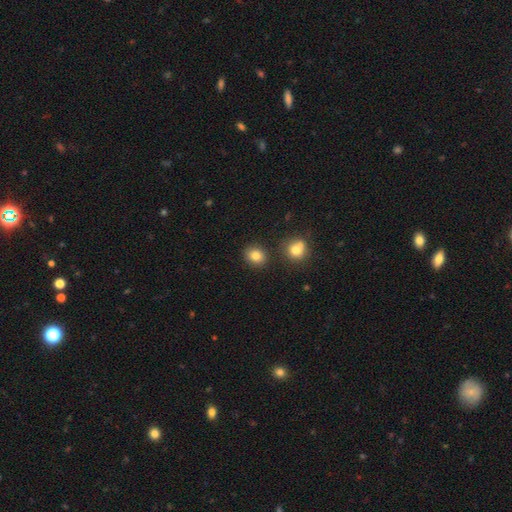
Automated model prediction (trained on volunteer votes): This appears to be a smooth galaxy with no disk features (81%) that is round (70%). Merging: none (85%).